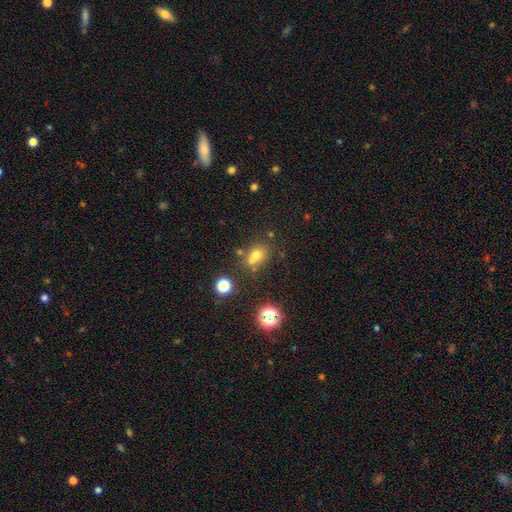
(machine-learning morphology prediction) Smooth or featured? Predicted: smooth (p=0.63). How rounded? Predicted: round (p=0.67). Merging? Predicted: none (p=0.54).